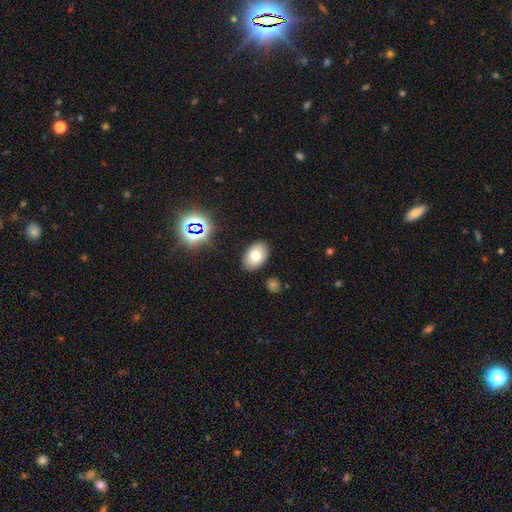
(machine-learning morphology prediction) Overall: smooth (75%). How rounded: in between (87%). Merging: none (87%).